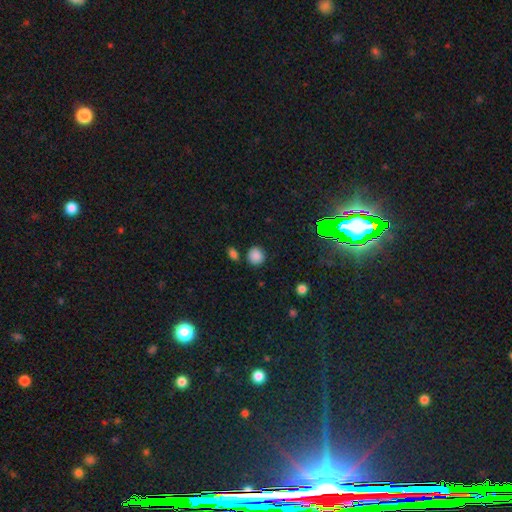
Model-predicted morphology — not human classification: Smooth or featured? smooth (84%)
How rounded? round (87%)
Merging? none (78%)